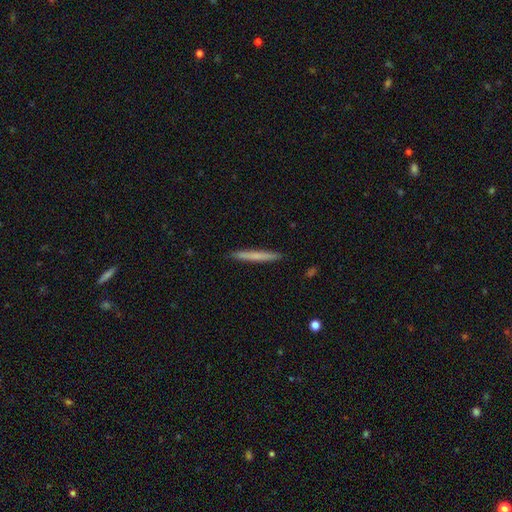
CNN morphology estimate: The model was most divided on "smooth or featured": smooth: 65%, featured or disk: 29%, star or artifact: 6%. More confident: how rounded — cigar-shaped (97%); merging — none (92%).